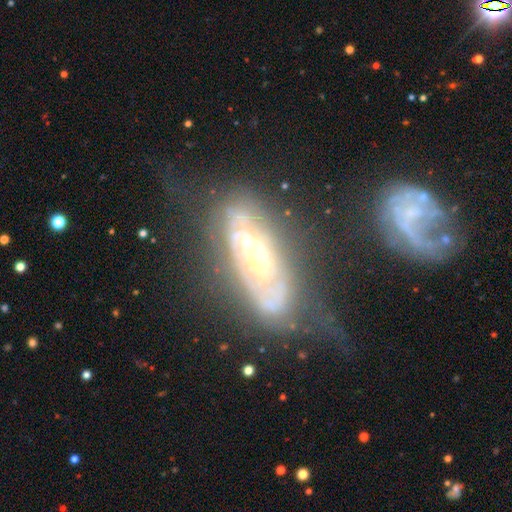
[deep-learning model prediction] featured or disk 80%, smooth 13%, star or artifact 7%. Down the decision tree: edge-on disk — no (85%); bar — no (57%); spiral arms — yes (80%); spiral arm count — can't tell (55%); spiral winding — tight (68%); bulge size — small (58%); merging — none (47%).